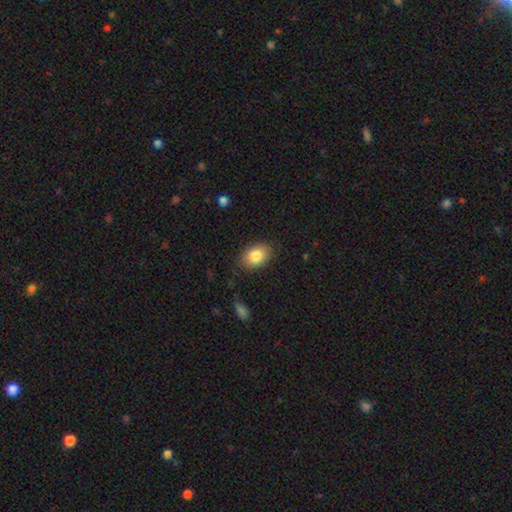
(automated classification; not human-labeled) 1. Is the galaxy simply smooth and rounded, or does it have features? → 85% smooth, 8% featured or disk, 7% star or artifact.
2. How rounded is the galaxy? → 83% in between, 15% round, 1% cigar-shaped.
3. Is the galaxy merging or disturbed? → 84% none, 12% minor disturbance, 3% major disturbance, 1% merger.